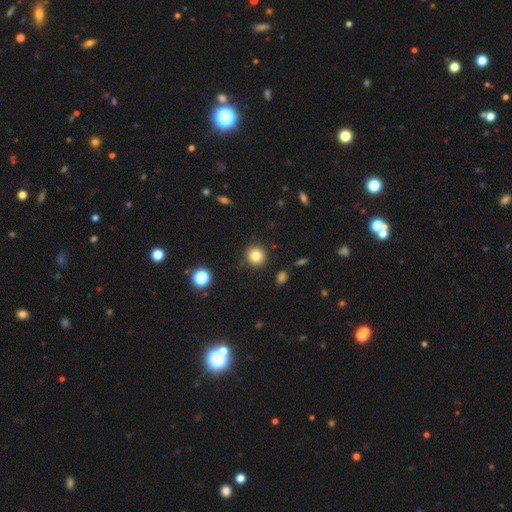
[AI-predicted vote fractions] smooth_or_featured: smooth (p=0.84) [alt: star or artifact p=0.11]
how_rounded: round (p=0.93) [alt: in between p=0.06]
merging: none (p=0.90) [alt: minor disturbance p=0.06]